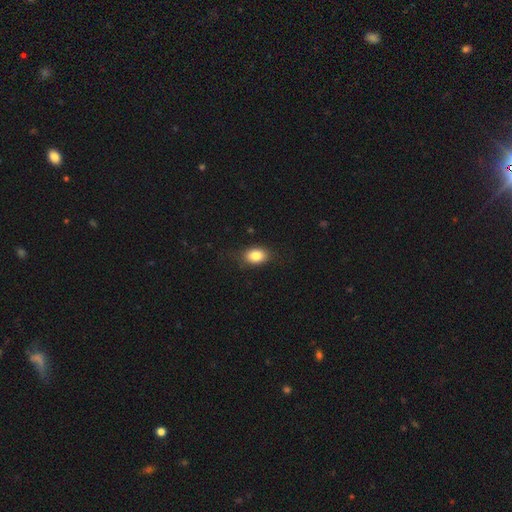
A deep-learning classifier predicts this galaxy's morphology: This appears to be a smooth galaxy with no disk features (83%) that is in between round and cigar-shaped (78%). Merging: none (80%).